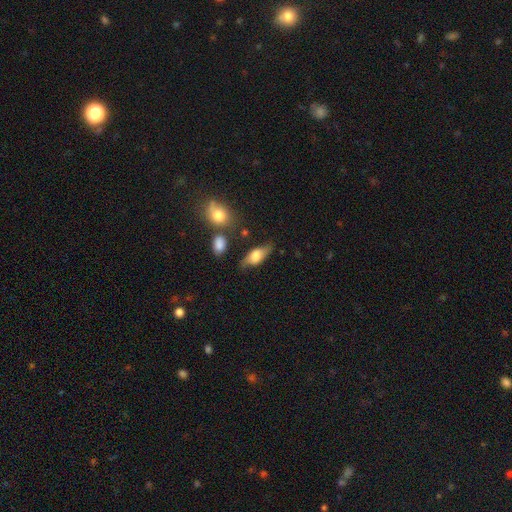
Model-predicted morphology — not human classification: A smooth galaxy with no disk features (59%) that is in between round and cigar-shaped (78%).

Vote fractions:
- Smooth or featured? smooth: 59% / featured or disk: 34% / star or artifact: 8%
- How rounded? in between: 78% / cigar-shaped: 17% / round: 5%
- Merging? none: 69% / minor disturbance: 21% / major disturbance: 6% / merger: 4%